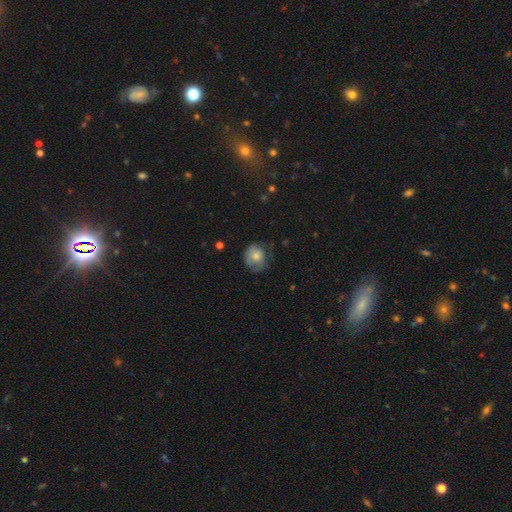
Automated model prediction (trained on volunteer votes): Smooth or featured? smooth (72%)
How rounded? round (79%)
Merging? none (55%)